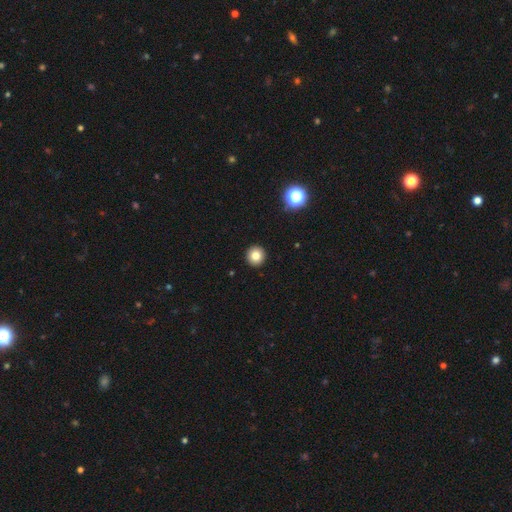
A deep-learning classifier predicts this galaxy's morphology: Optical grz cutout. It shows a smooth galaxy with no disk features (82%) that is round (94%). Merging: none (94%).